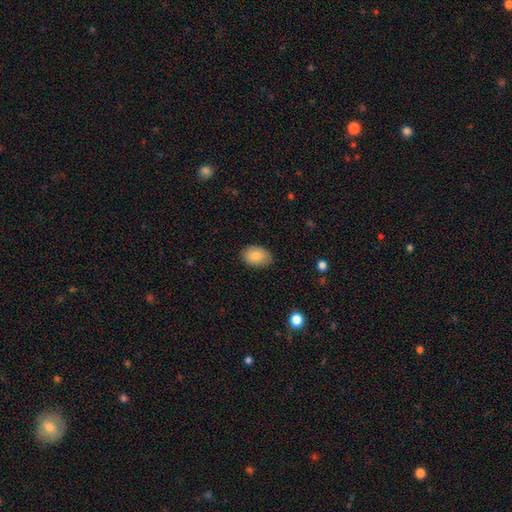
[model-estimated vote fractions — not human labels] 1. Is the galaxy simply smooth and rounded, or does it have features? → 85% smooth, 8% featured or disk, 7% star or artifact.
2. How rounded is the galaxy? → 85% in between, 14% round, 1% cigar-shaped.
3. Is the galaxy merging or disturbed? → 83% none, 14% minor disturbance, 2% major disturbance, 1% merger.